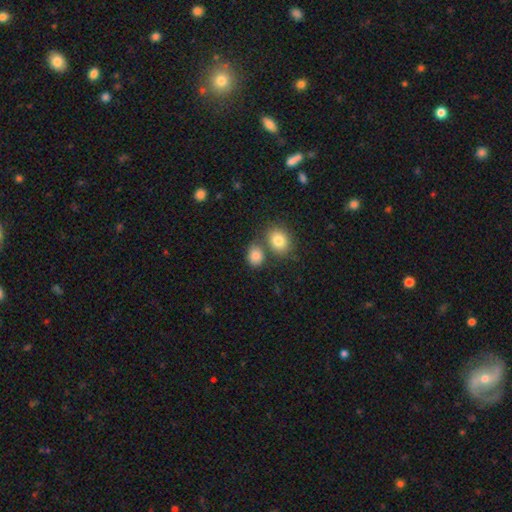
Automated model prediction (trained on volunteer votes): Smooth or featured?
  - smooth: 83% *
  - star or artifact: 10%
  - featured or disk: 7%
How rounded?
  - in between: 50% *
  - round: 49%
  - cigar-shaped: 1%
Merging?
  - none: 59% *
  - merger: 26%
  - minor disturbance: 11%
  - major disturbance: 4%